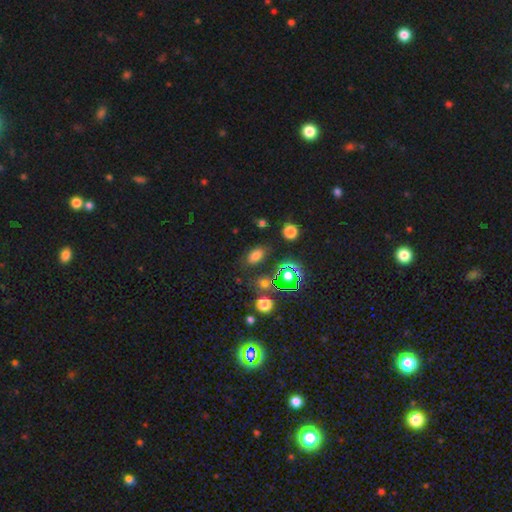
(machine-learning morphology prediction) This appears to be a smooth galaxy with no disk features (68%) that is in between round and cigar-shaped (83%). Merging: none (79%).